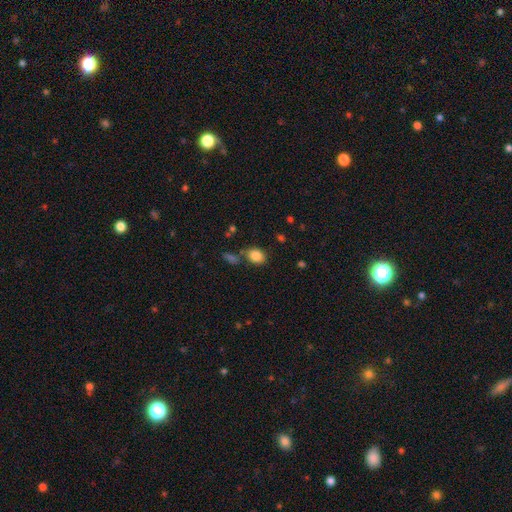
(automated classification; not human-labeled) Morphology: type=smooth (85%); roundness=in between (58%); merging=none (67%).